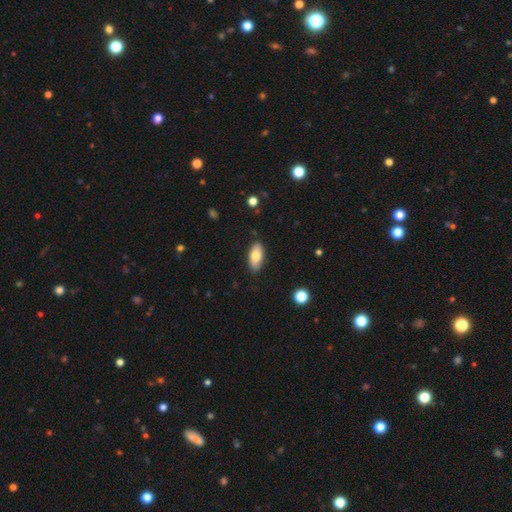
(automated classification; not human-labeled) This is likely a smooth galaxy (77%). How rounded: clearly in between (90%). Merging: clearly none (86%).